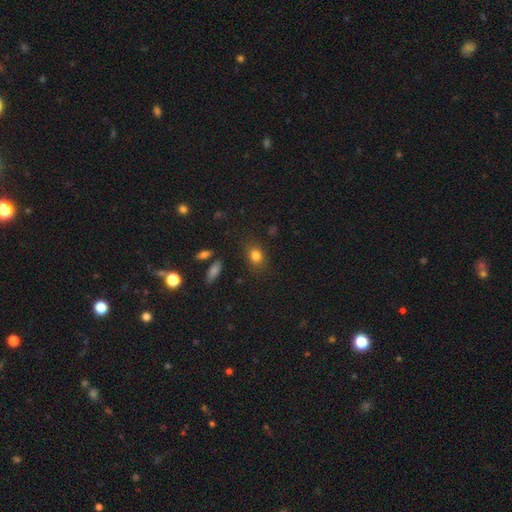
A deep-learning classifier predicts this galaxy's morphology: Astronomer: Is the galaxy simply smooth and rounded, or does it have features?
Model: smooth — 82%.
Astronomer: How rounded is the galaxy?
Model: in between — 57% (runner-up: round, 41%).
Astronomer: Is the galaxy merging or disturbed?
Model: none — 82%.